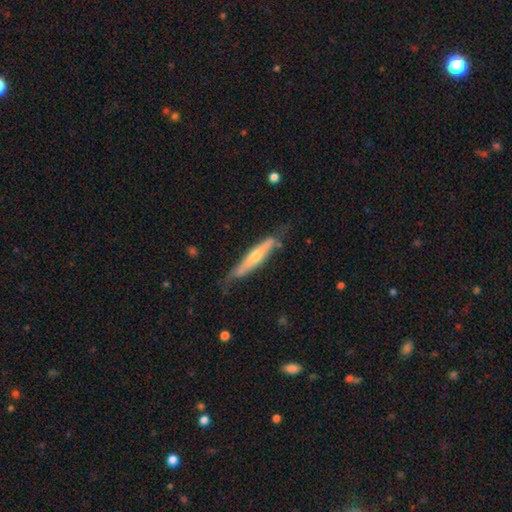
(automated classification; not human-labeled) This is likely a featured or disk galaxy (64%). It is clearly viewed edge-on (84%). Edge-on bulge: likely rounded (71%). Merging: likely none (72%).